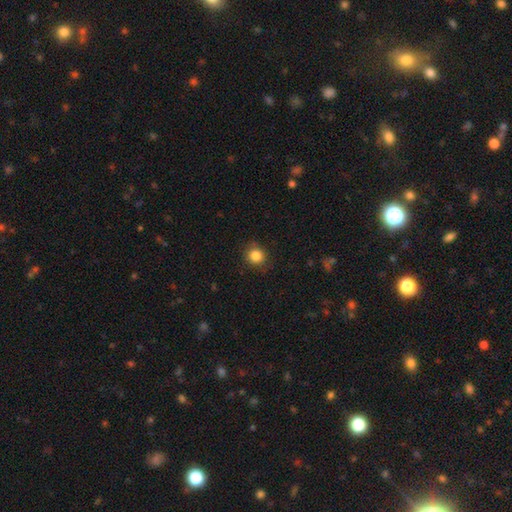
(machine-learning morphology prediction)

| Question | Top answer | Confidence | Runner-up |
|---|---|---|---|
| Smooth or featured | smooth | 85% | star or artifact (11%) |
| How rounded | round | 88% | in between (11%) |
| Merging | none | 86% | minor disturbance (10%) |